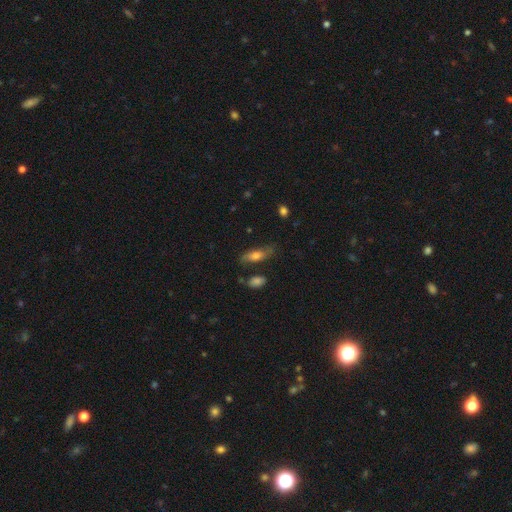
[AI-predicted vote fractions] Smooth or featured?
  - smooth: 61% *
  - featured or disk: 30%
  - star or artifact: 8%
How rounded?
  - in between: 70% *
  - cigar-shaped: 27%
  - round: 4%
Merging?
  - none: 64% *
  - minor disturbance: 22%
  - major disturbance: 8%
  - merger: 5%